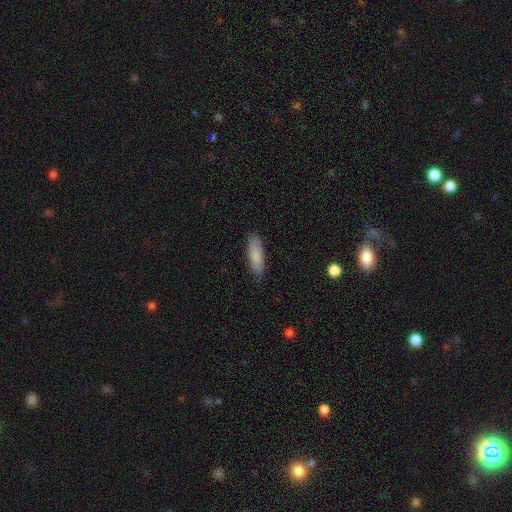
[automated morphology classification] smooth_or_featured: smooth (p=0.85) [alt: featured or disk p=0.09]
how_rounded: cigar-shaped (p=0.51) [alt: in between p=0.47]
merging: none (p=0.84) [alt: minor disturbance p=0.13]